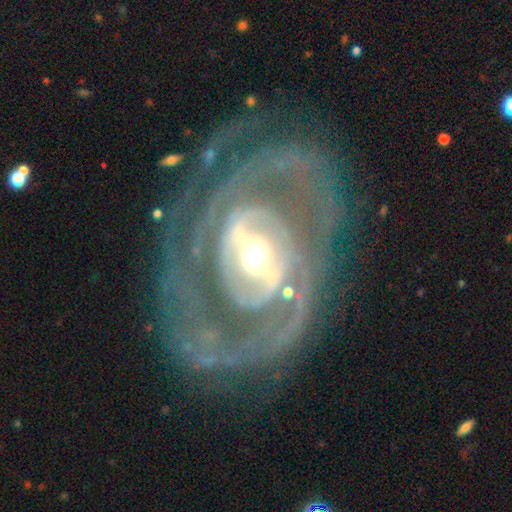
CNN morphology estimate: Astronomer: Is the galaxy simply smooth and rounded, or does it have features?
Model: featured or disk — 89%.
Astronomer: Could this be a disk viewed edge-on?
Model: no — 95%.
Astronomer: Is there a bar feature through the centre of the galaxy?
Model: strong — 46% (runner-up: weak, 35%).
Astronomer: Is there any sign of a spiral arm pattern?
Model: yes — 90%.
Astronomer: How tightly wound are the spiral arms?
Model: tight — 57% (runner-up: medium, 33%).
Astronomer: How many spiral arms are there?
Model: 2 — 56%.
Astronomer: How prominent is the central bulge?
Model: moderate — 60%.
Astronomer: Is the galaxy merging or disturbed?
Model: none — 72%.